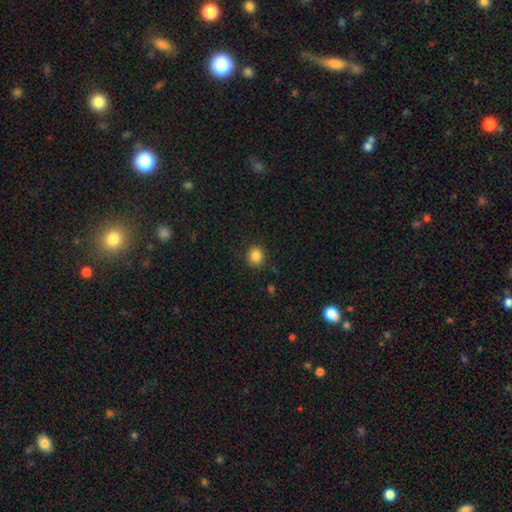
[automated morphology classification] This appears to be a smooth galaxy with no disk features (86%) that is round (81%). Merging: none (88%).